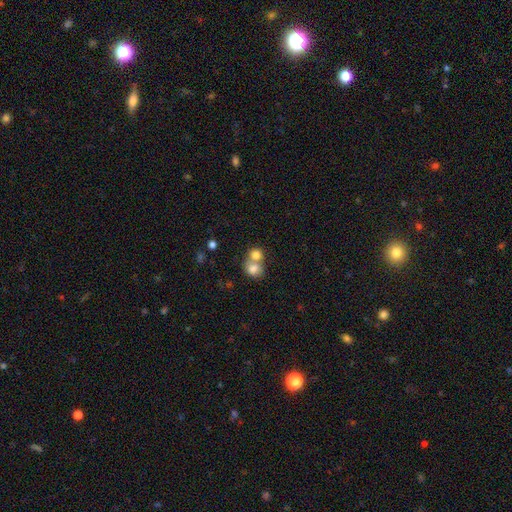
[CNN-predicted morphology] The model was most divided on "merging": merger: 63%, none: 29%, minor disturbance: 6%, major disturbance: 3%. More confident: smooth or featured — smooth (79%); how rounded — round (74%).